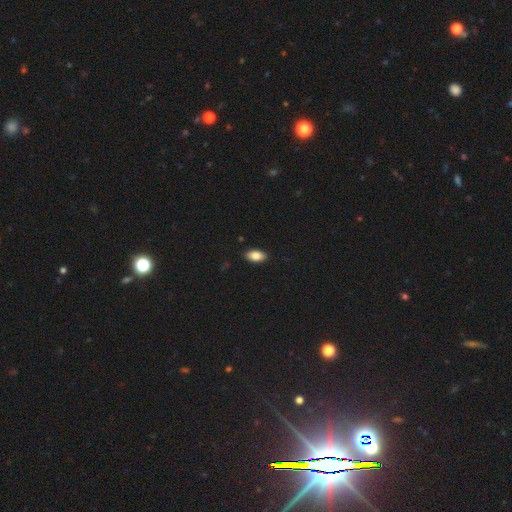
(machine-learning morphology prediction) Smooth or featured? Predicted: smooth (p=0.84). How rounded? Predicted: in between (p=0.93). Merging? Predicted: none (p=0.90).